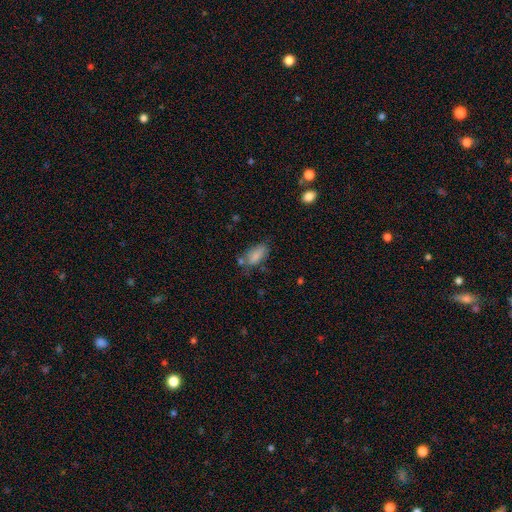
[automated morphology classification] Q: Smooth or featured?
A: smooth (82%); runner-up: featured or disk (10%)
Q: How rounded?
A: in between (85%); runner-up: cigar-shaped (12%)
Q: Merging?
A: none (57%); runner-up: minor disturbance (25%)